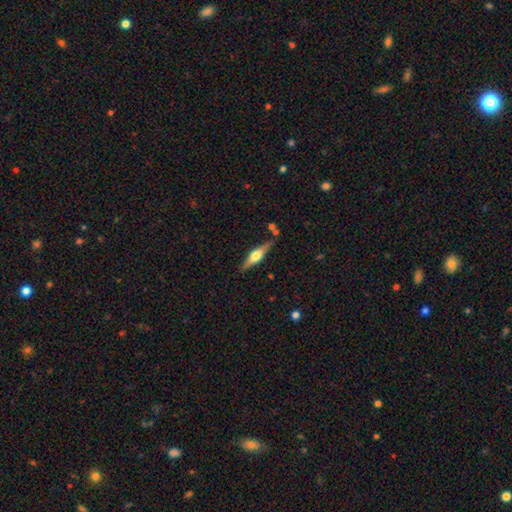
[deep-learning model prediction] The model was most divided on "smooth or featured": featured or disk: 65%, smooth: 30%, star or artifact: 6%. More confident: edge-on disk — yes (96%); edge-on bulge — rounded (91%); merging — none (82%).